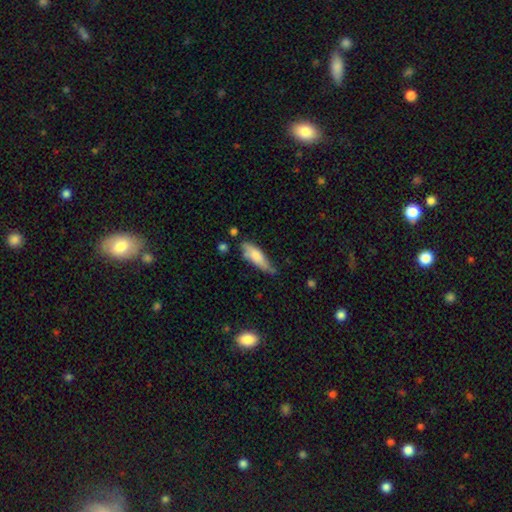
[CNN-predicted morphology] Smooth or featured: smooth — 72% (featured or disk — 22%)
How rounded: cigar-shaped — 53% (in between — 45%)
Merging: none — 51% (minor disturbance — 35%)